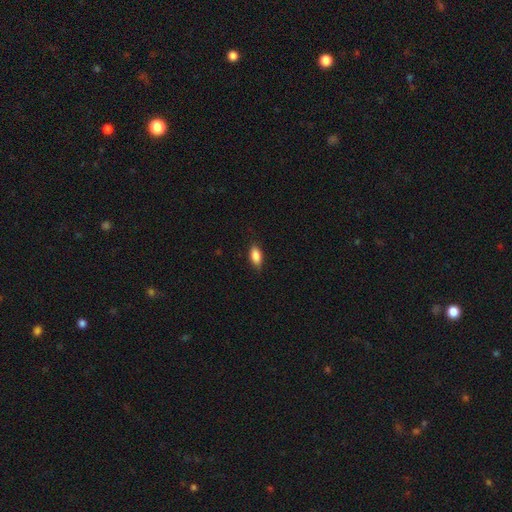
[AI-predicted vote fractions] A smooth galaxy with no disk features (86%) that is in between round and cigar-shaped (87%).

Vote fractions:
- Smooth or featured? smooth: 86% / star or artifact: 7% / featured or disk: 7%
- How rounded? in between: 87% / cigar-shaped: 10% / round: 4%
- Merging? none: 84% / minor disturbance: 13% / major disturbance: 3% / merger: 1%